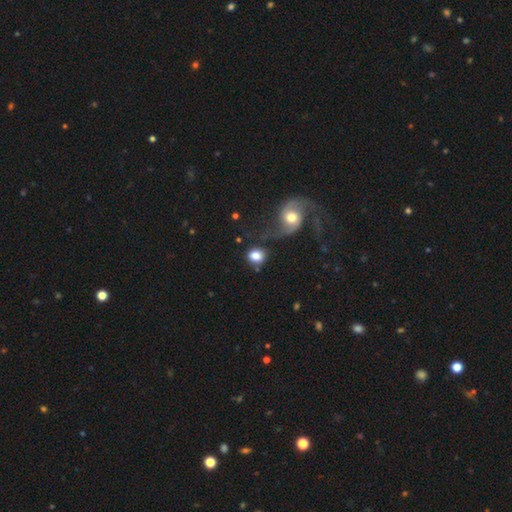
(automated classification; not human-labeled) Smooth or featured: smooth — 77% (featured or disk — 15%)
How rounded: round — 64% (in between — 34%)
Merging: none — 57% (merger — 17%)